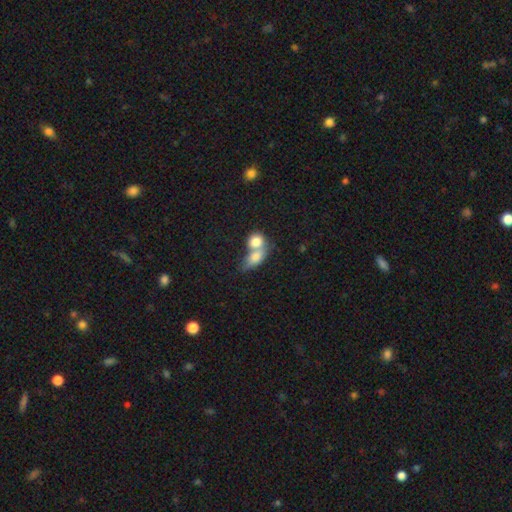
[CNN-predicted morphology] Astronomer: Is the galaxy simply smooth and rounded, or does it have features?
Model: smooth — 76%.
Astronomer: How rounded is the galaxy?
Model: in between — 61%.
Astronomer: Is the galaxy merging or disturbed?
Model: merger — 70%.